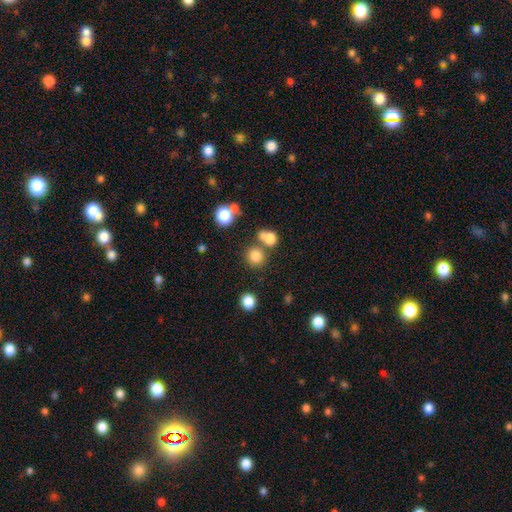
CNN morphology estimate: Smooth or featured? Predicted: smooth (p=0.79). How rounded? Predicted: round (p=0.89). Merging? Predicted: none (p=0.68).